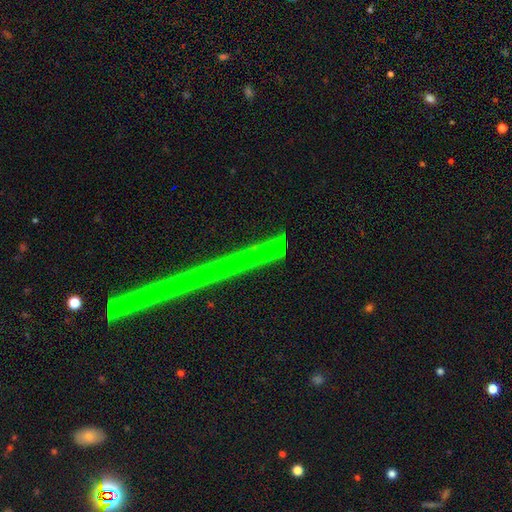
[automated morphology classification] This is likely a star or artifact rather than a galaxy (73%).